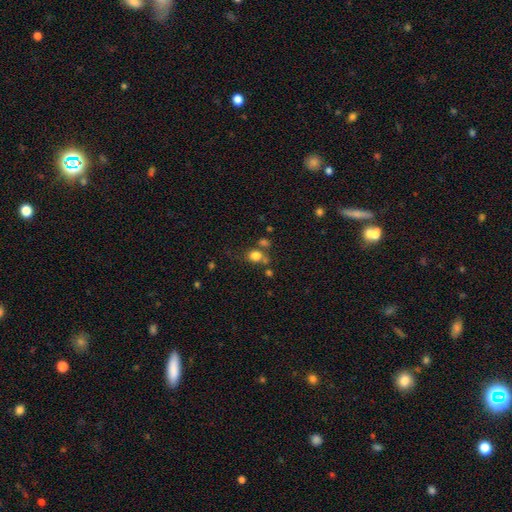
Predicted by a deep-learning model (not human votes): A smooth galaxy with no disk features (79%) that is round (64%). Merging: none (57%).